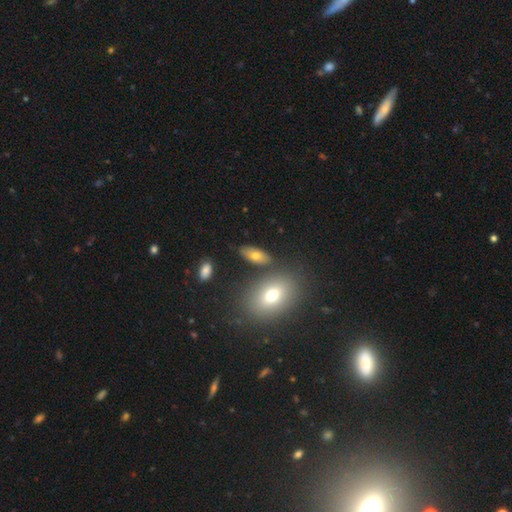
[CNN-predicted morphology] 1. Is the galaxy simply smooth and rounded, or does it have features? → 69% smooth, 22% featured or disk, 9% star or artifact.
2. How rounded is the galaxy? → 82% in between, 13% cigar-shaped, 5% round.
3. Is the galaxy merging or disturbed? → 77% none, 12% minor disturbance, 8% merger, 4% major disturbance.